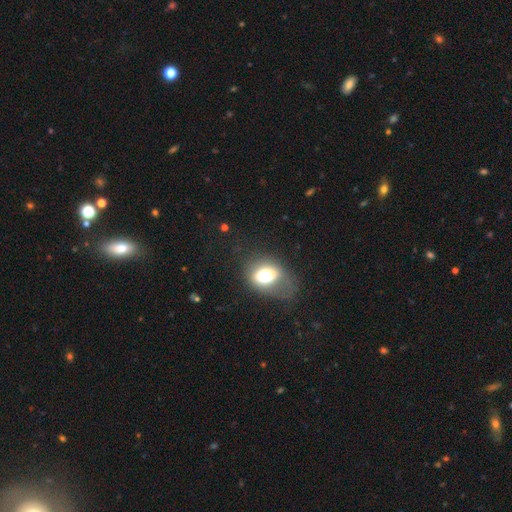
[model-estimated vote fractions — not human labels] The model was most divided on "how rounded": in between: 53%, round: 45%, cigar-shaped: 2%. More confident: merging — none (67%); smooth or featured — smooth (57%).